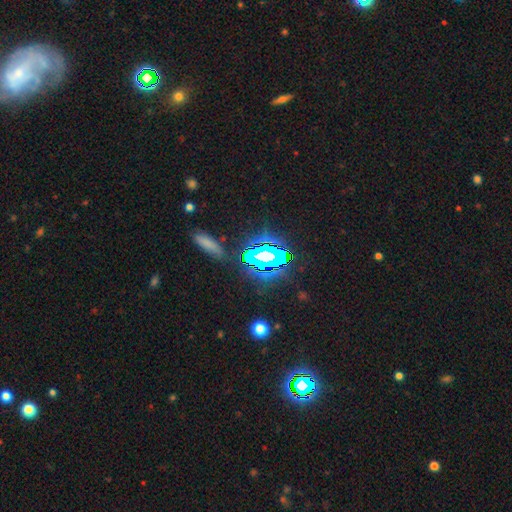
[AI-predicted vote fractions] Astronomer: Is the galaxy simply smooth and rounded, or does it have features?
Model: star or artifact — 72%.